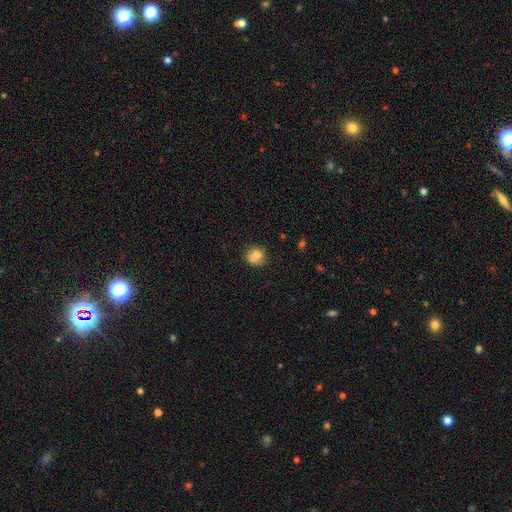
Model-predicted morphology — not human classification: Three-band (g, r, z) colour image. It shows a smooth galaxy with no disk features (77%) that is round (82%). Merging: none (60%).